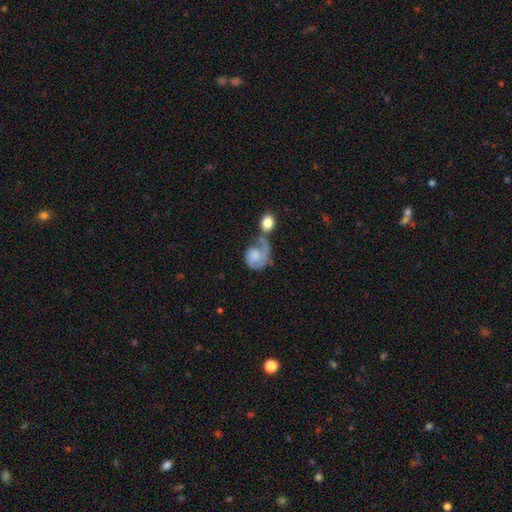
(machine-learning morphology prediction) Overall: featured or disk (58%; smooth 36%). Edge-on disk: no (98%). Bar: no (77%). Spiral arms: yes (83%). Bulge size: moderate (28%, tied with none). Merging: merger (31%; none 27%).